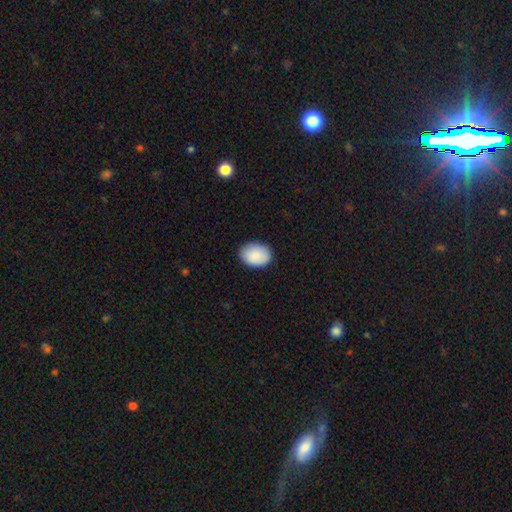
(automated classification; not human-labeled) smooth-or-featured: smooth: 89% | star or artifact: 6% | featured or disk: 5%
  how-rounded: in between: 74% | round: 25% | cigar-shaped: 1%
  merging: none: 85% | minor disturbance: 12% | major disturbance: 2% | merger: 1%